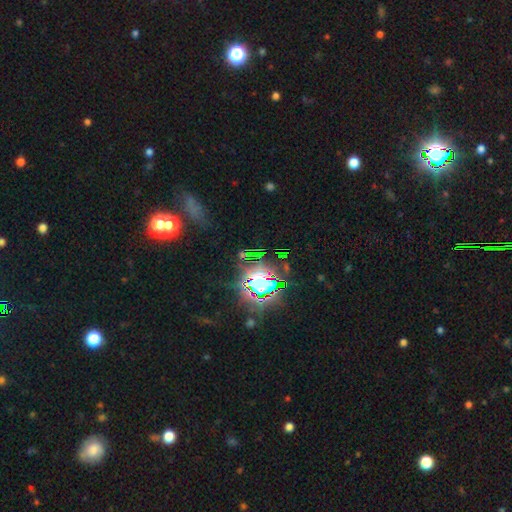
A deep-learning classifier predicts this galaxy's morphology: A star or artifact, not a galaxy (75%).